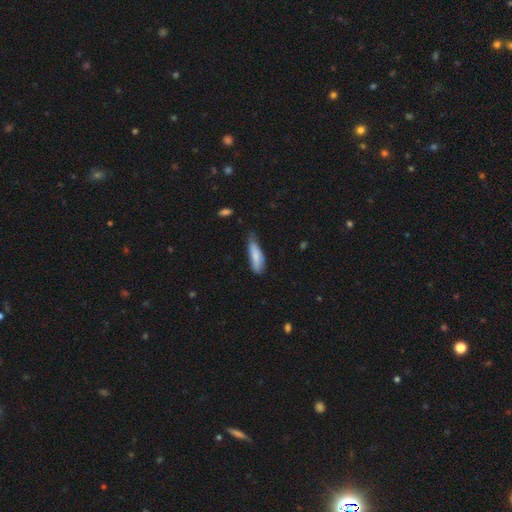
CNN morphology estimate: The model was most divided on "merging": minor disturbance: 46%, none: 40%, major disturbance: 11%, merger: 3%. More confident: smooth or featured — smooth (81%); how rounded — cigar-shaped (57%).